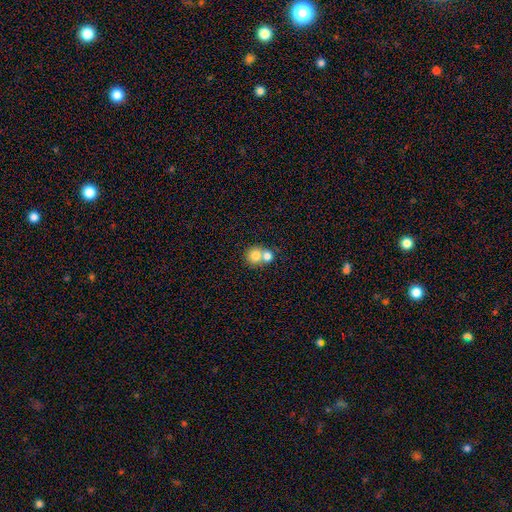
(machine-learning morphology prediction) smooth_or_featured: smooth (p=0.77) [alt: featured or disk p=0.13]
how_rounded: round (p=0.84) [alt: in between p=0.15]
merging: merger (p=0.61) [alt: none p=0.32]